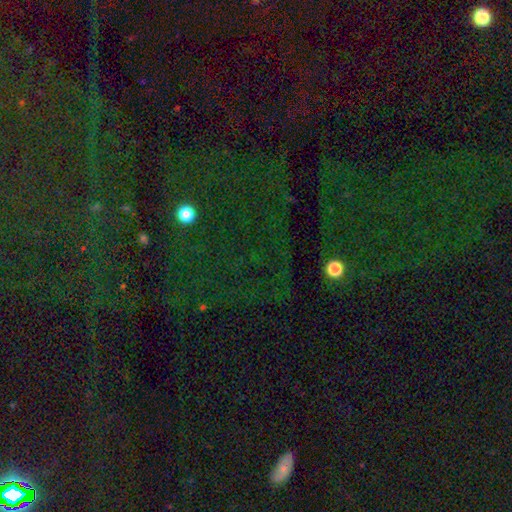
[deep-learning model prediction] A star or artifact, not a galaxy (77%).

Vote fractions:
- Smooth or featured? star or artifact: 77% / smooth: 14% / featured or disk: 9%